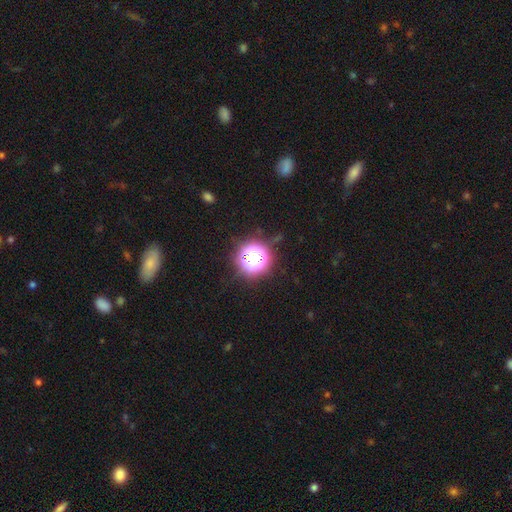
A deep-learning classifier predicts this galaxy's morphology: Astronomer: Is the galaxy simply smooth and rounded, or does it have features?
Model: star or artifact — 51% (runner-up: smooth, 36%).